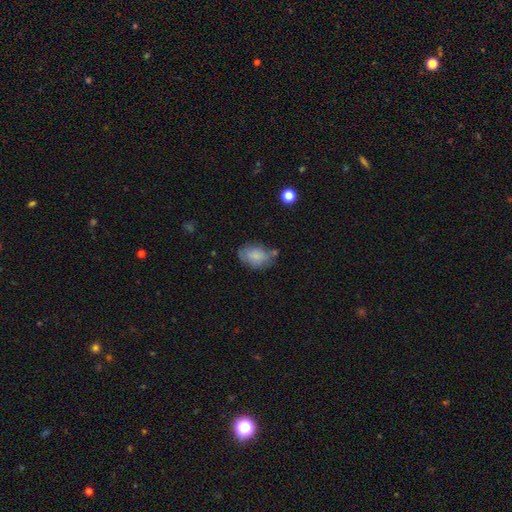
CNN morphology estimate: Smooth or featured? Predicted: smooth (p=0.78). How rounded? Predicted: in between (p=0.84). Merging? Predicted: none (p=0.55).